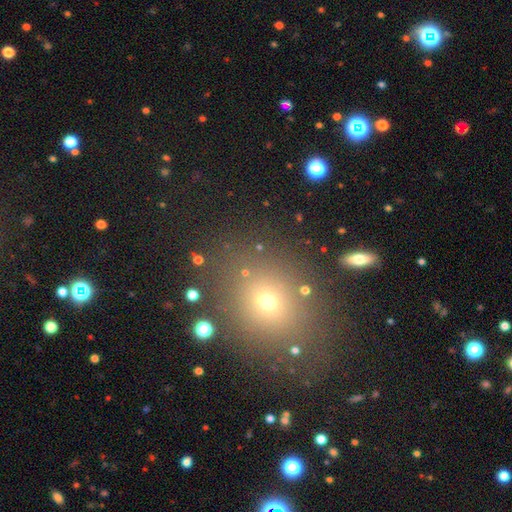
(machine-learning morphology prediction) Smooth or featured: smooth — 59% (star or artifact — 31%)
How rounded: round — 62% (in between — 36%)
Merging: none — 83% (minor disturbance — 9%)